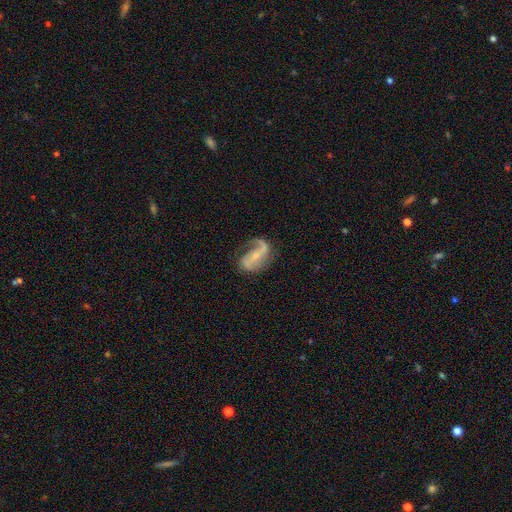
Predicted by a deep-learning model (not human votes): This appears to be a featured or disk galaxy (83%) with a weak bar (35%), 2 (69%) loose (52%) spiral arms (93%) and a small central bulge (66%). Merging: none (54%).